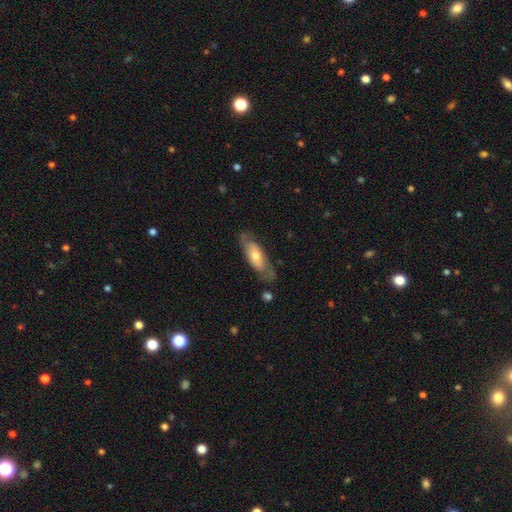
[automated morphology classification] This appears to be a featured or disk galaxy (50%). Merging: none (72%).